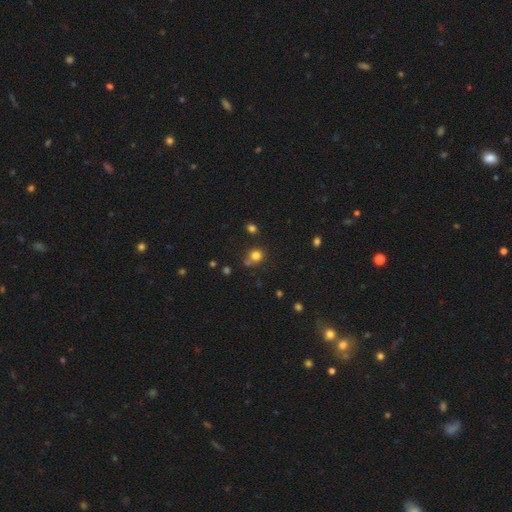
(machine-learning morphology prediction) Smooth or featured?
  - smooth: 79% *
  - star or artifact: 15%
  - featured or disk: 7%
How rounded?
  - round: 80% *
  - in between: 19%
  - cigar-shaped: 1%
Merging?
  - none: 64% *
  - minor disturbance: 17%
  - merger: 14%
  - major disturbance: 6%